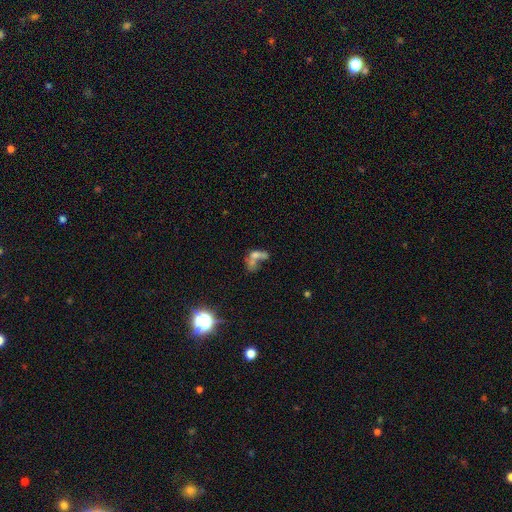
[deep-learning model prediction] Morphology: type=smooth (46%); merging=merger (56%).